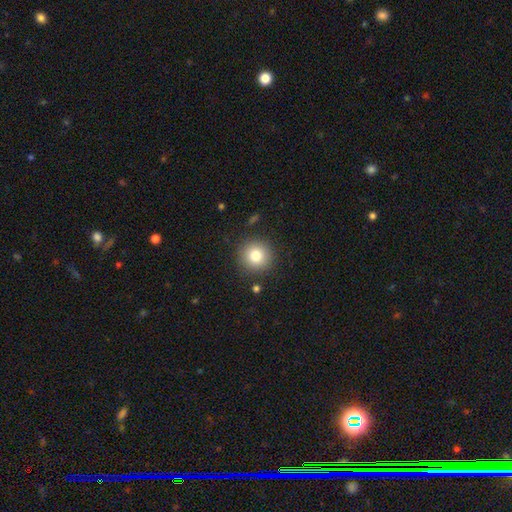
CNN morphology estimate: A smooth galaxy with no disk features (80%) that is round (94%).

Vote fractions:
- Smooth or featured? smooth: 80% / star or artifact: 11% / featured or disk: 9%
- How rounded? round: 94% / in between: 5% / cigar-shaped: 1%
- Merging? none: 89% / minor disturbance: 7% / major disturbance: 3% / merger: 2%